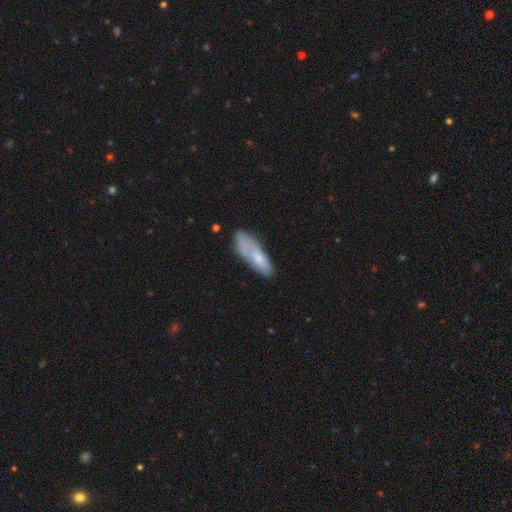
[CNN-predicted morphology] Smooth or featured? Predicted: smooth (p=0.65). How rounded? Predicted: cigar-shaped (p=0.53). Merging? Predicted: none (p=0.52).